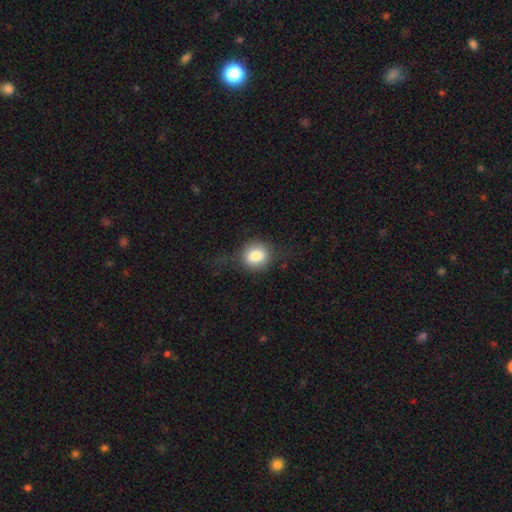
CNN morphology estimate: Smooth or featured? smooth (79%)
How rounded? round (77%)
Merging? none (61%)